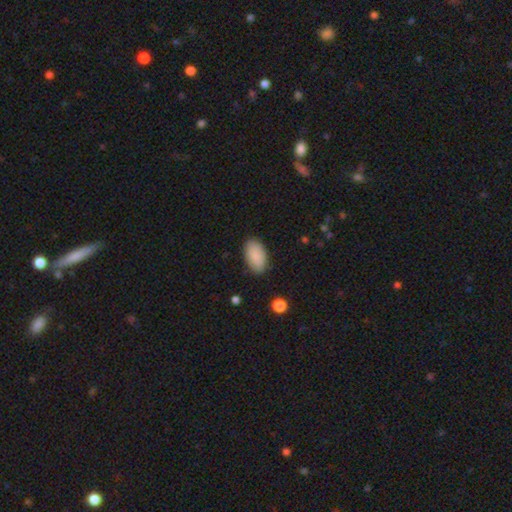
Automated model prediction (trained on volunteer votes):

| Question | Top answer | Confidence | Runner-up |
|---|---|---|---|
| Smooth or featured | smooth | 87% | featured or disk (7%) |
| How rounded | in between | 95% | round (4%) |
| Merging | none | 85% | minor disturbance (12%) |